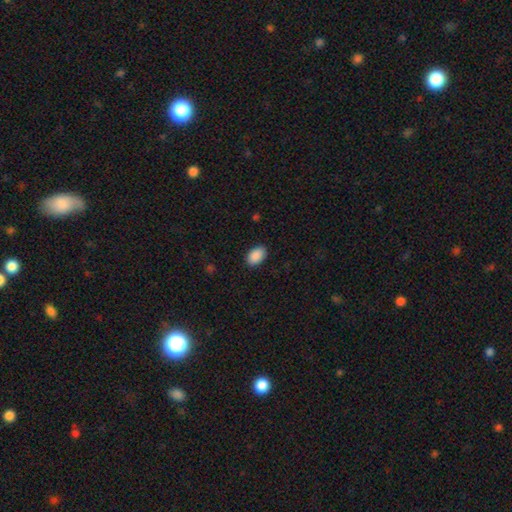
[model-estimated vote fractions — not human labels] Overall: smooth (90%). How rounded: in between (90%). Merging: none (87%).